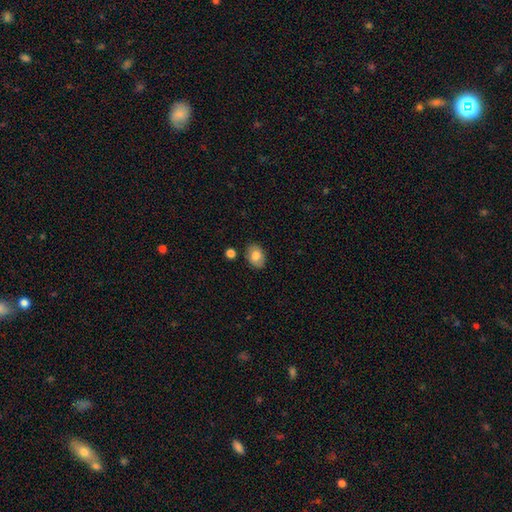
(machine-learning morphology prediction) Q: Smooth or featured?
A: smooth (79%); runner-up: featured or disk (13%)
Q: How rounded?
A: in between (77%); runner-up: round (22%)
Q: Merging?
A: none (83%); runner-up: minor disturbance (12%)